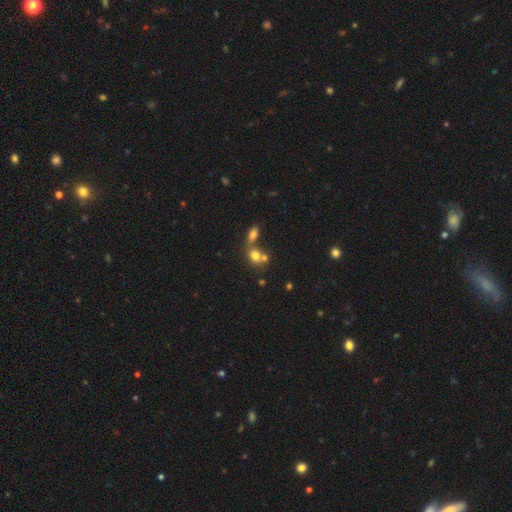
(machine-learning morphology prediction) Q: Smooth or featured?
A: smooth (74%); runner-up: star or artifact (14%)
Q: How rounded?
A: round (52%); runner-up: in between (47%)
Q: Merging?
A: merger (48%); runner-up: none (38%)